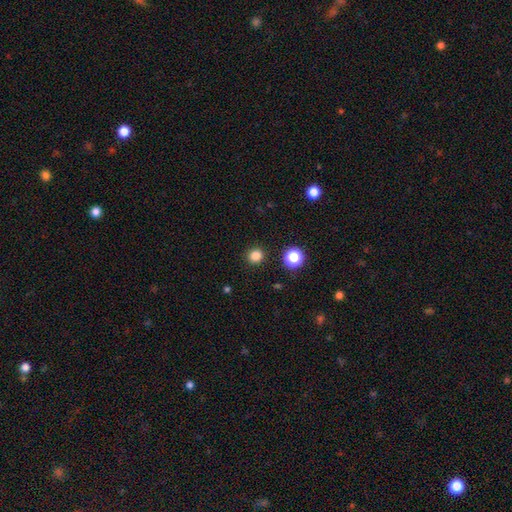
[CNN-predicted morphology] Smooth or featured?
  - smooth: 82% *
  - star or artifact: 14%
  - featured or disk: 4%
How rounded?
  - round: 91% *
  - in between: 8%
  - cigar-shaped: 1%
Merging?
  - none: 91% *
  - minor disturbance: 5%
  - major disturbance: 2%
  - merger: 1%